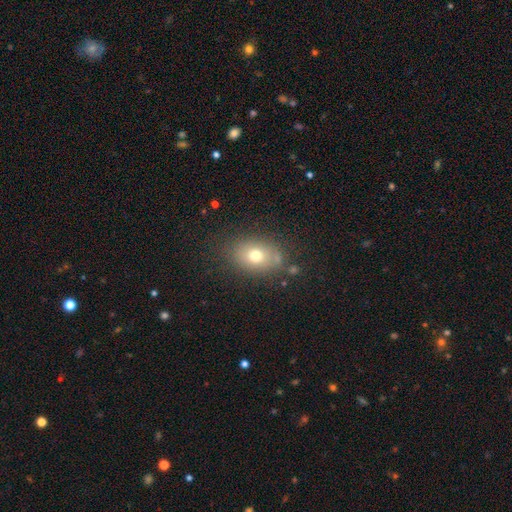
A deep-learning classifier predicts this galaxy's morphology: Overall: smooth (72%). How rounded: in between (70%). Merging: none (75%).